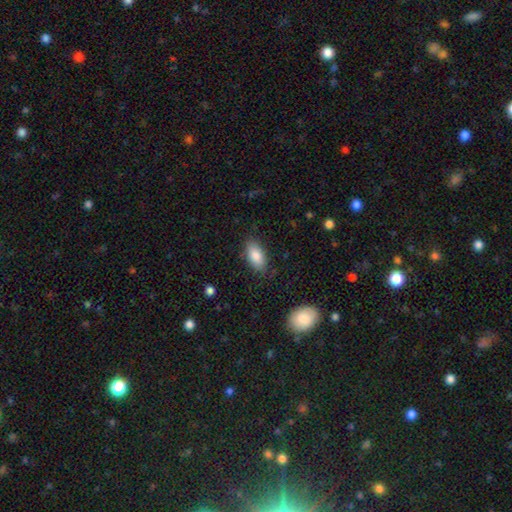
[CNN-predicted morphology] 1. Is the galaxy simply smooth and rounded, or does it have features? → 84% smooth, 9% featured or disk, 7% star or artifact.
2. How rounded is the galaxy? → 91% in between, 6% cigar-shaped, 3% round.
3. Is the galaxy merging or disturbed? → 83% none, 13% minor disturbance, 3% major disturbance, 1% merger.